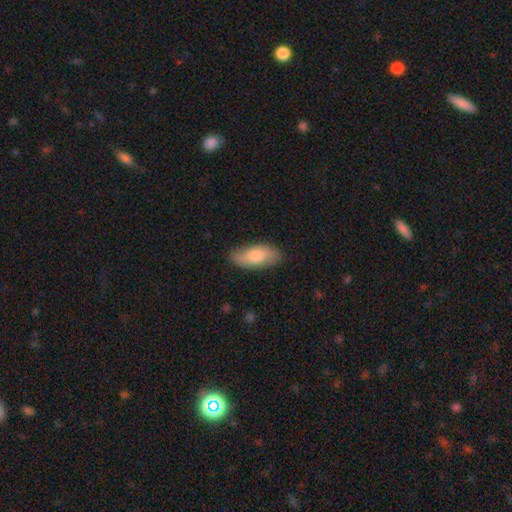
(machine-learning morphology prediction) Overall: smooth (73%). How rounded: in between (84%). Merging: none (76%).